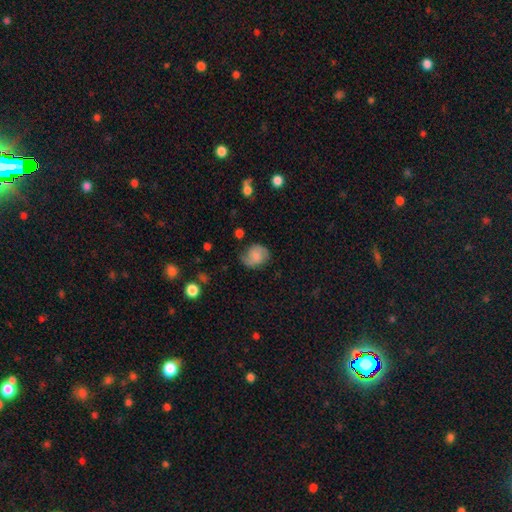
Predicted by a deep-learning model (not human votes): Morphology: type=smooth (49%); merging=none (66%).